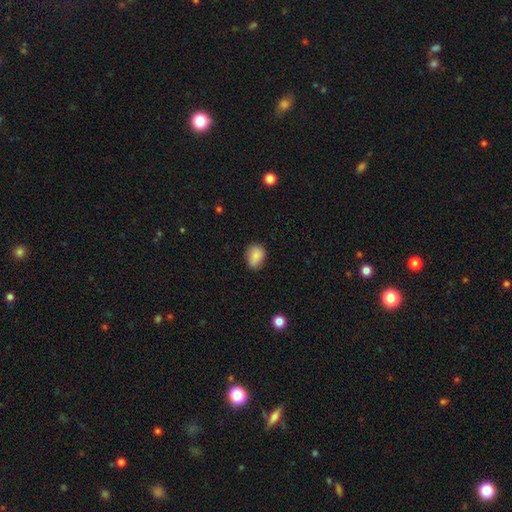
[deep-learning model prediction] Morphology: type=smooth (85%); roundness=in between (60%); merging=none (73%).